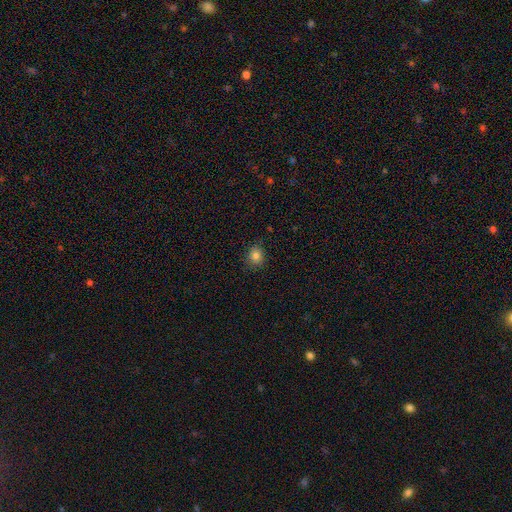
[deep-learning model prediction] A smooth galaxy with no disk features (80%) that is round (73%). Merging: none (86%).